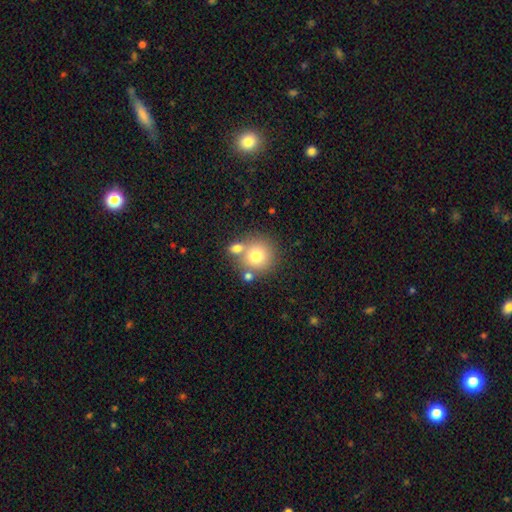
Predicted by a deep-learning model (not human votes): This is likely a smooth galaxy (75%). How rounded: clearly round (91%). Merging: possibly none (60%).